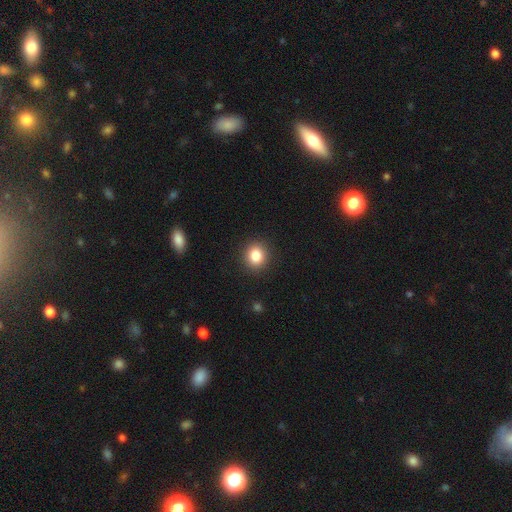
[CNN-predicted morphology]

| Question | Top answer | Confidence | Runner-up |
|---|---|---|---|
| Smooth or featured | smooth | 84% | star or artifact (10%) |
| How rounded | round | 81% | in between (18%) |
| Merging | none | 91% | minor disturbance (6%) |